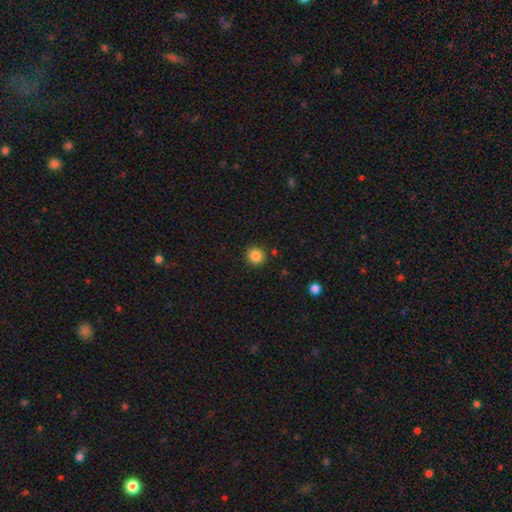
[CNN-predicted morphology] Smooth or featured?
  - smooth: 86% *
  - star or artifact: 11%
  - featured or disk: 4%
How rounded?
  - round: 91% *
  - in between: 8%
  - cigar-shaped: 1%
Merging?
  - none: 89% *
  - minor disturbance: 7%
  - major disturbance: 2%
  - merger: 2%